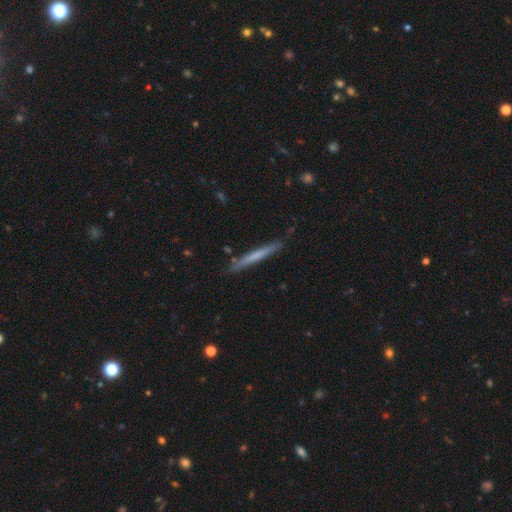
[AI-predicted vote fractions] This is possibly a smooth galaxy (59%). How rounded: clearly cigar-shaped (97%). Merging: clearly none (86%).